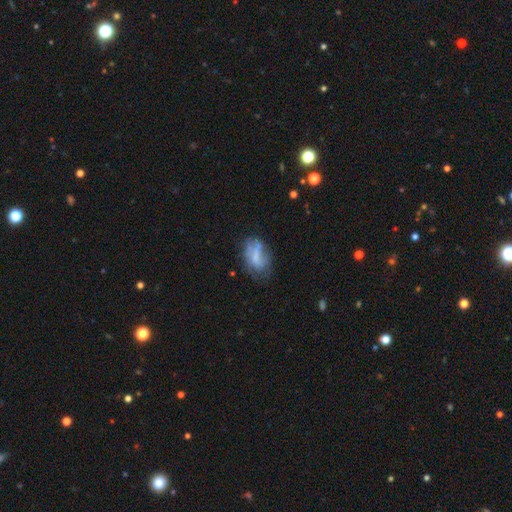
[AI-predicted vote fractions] Overall: smooth (46%; featured or disk 44%). Merging: none (44%; minor disturbance 30%).